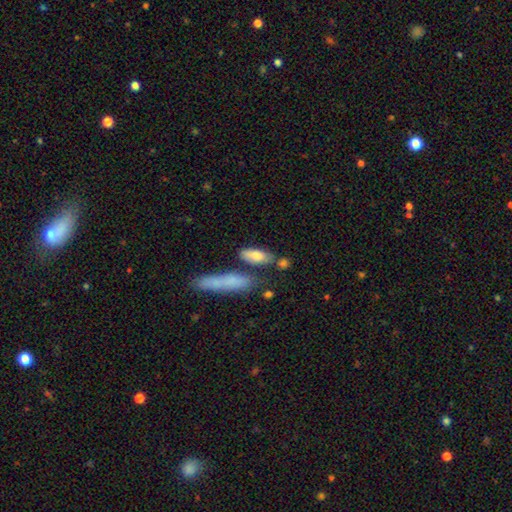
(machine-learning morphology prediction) smooth_or_featured: smooth (p=0.78) [alt: featured or disk p=0.15]
how_rounded: in between (p=0.71) [alt: cigar-shaped p=0.26]
merging: none (p=0.63) [alt: minor disturbance p=0.17]